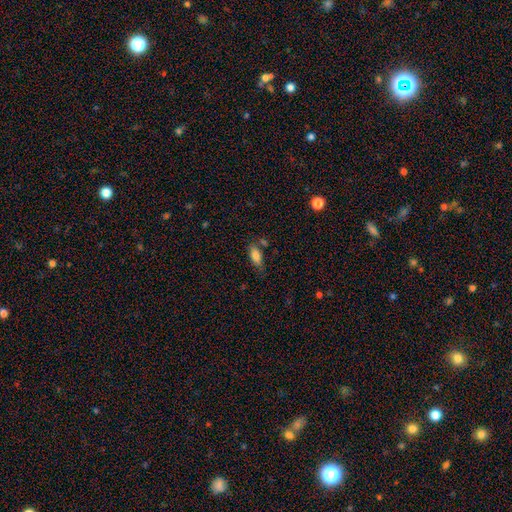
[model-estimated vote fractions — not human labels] smooth 80%, featured or disk 12%, star or artifact 8%. Down the decision tree: how rounded — in between (83%); merging — none (65%).